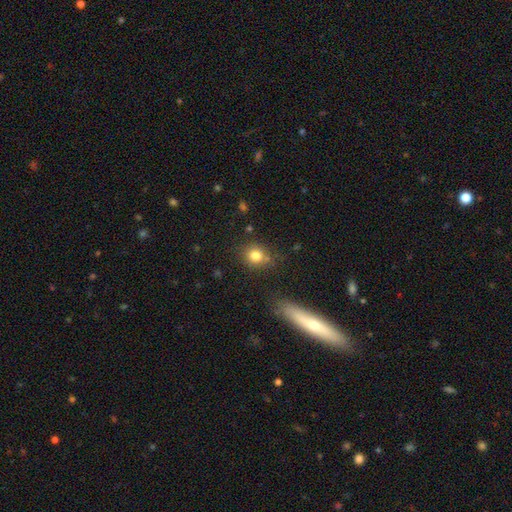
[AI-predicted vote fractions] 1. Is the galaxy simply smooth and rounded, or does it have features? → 81% smooth, 11% star or artifact, 8% featured or disk.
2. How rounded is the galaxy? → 75% round, 24% in between, 1% cigar-shaped.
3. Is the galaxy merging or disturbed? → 73% none, 15% minor disturbance, 7% merger, 5% major disturbance.